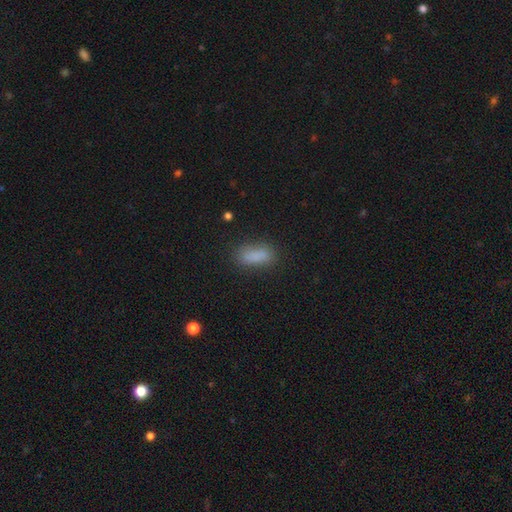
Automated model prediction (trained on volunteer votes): A smooth galaxy with no disk features (84%) that is in between round and cigar-shaped (71%).

Vote fractions:
- Smooth or featured? smooth: 84% / star or artifact: 10% / featured or disk: 6%
- How rounded? in between: 71% / cigar-shaped: 26% / round: 3%
- Merging? none: 79% / minor disturbance: 15% / major disturbance: 5% / merger: 2%